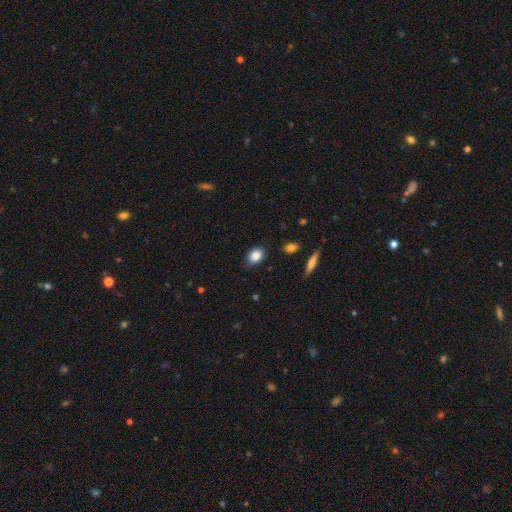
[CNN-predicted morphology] type=smooth (86%); roundness=in between (73%); merging=none (85%).